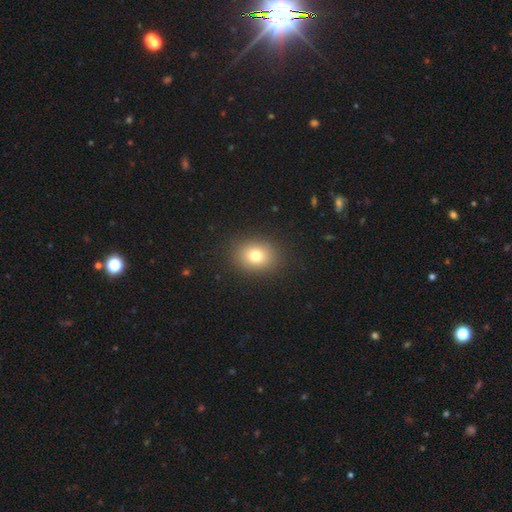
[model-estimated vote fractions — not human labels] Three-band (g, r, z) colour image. It shows a smooth galaxy with no disk features (78%) that is round (55%). Merging: none (89%).